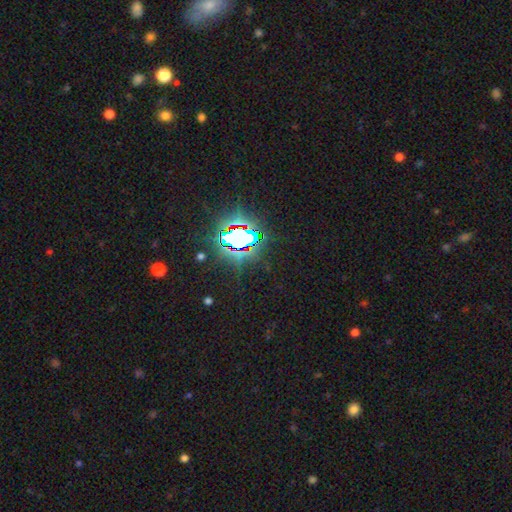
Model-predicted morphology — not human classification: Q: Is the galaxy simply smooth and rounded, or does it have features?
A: star or artifact — 81%.